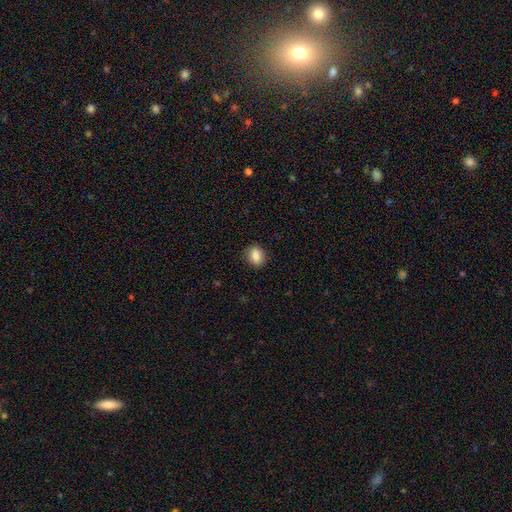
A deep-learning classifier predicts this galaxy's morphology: Smooth or featured? smooth (82%)
How rounded? round (50%)
Merging? none (87%)